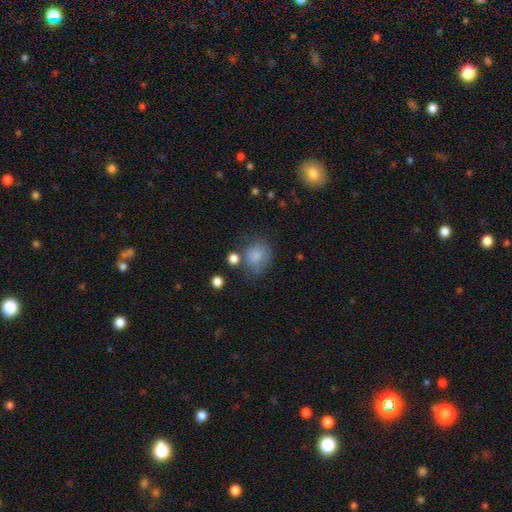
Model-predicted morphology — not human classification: Smooth or featured: smooth — 81% (star or artifact — 10%)
How rounded: round — 67% (in between — 32%)
Merging: none — 57% (minor disturbance — 24%)